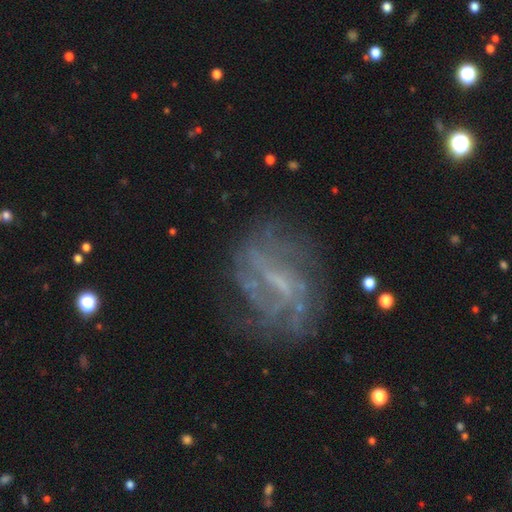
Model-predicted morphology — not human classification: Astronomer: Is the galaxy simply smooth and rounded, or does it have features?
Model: featured or disk — 70%.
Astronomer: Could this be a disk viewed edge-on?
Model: no — 95%.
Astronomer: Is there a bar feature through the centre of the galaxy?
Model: weak — 44% (runner-up: strong, 31%).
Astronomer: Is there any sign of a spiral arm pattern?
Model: yes — 74%.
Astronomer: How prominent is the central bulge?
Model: small — 47% (runner-up: none, 37%).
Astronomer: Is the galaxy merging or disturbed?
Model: none — 65%.